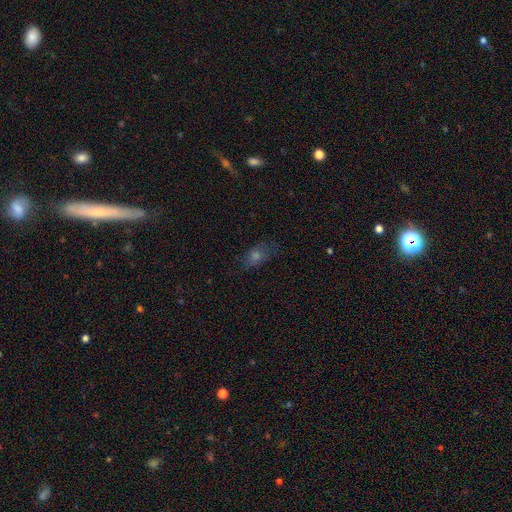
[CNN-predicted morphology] Smooth or featured?
  - smooth: 53% *
  - star or artifact: 25%
  - featured or disk: 22%
How rounded?
  - in between: 74% *
  - round: 18%
  - cigar-shaped: 7%
Merging?
  - none: 72% *
  - minor disturbance: 19%
  - major disturbance: 8%
  - merger: 2%